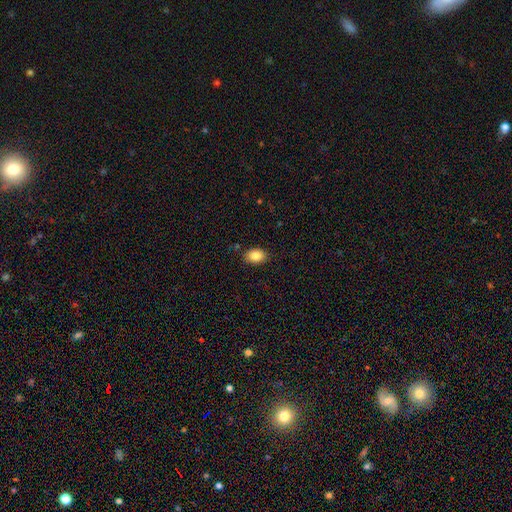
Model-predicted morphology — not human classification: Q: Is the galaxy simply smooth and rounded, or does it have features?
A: smooth — 87%.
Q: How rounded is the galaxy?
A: in between — 81%.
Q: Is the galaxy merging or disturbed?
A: none — 86%.